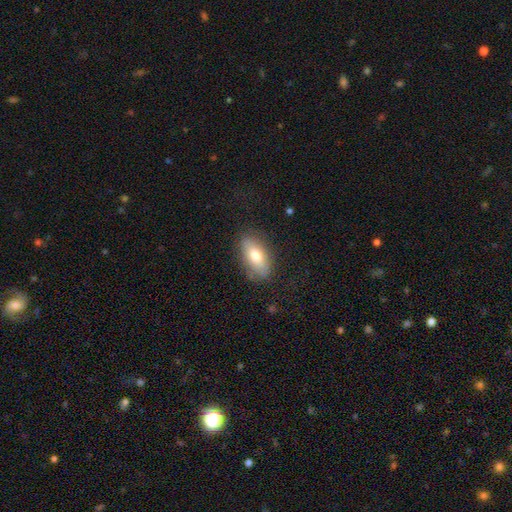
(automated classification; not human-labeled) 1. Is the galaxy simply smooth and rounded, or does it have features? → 73% smooth, 19% featured or disk, 7% star or artifact.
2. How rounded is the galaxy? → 88% in between, 7% cigar-shaped, 5% round.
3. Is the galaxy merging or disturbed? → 80% none, 14% minor disturbance, 4% major disturbance, 1% merger.